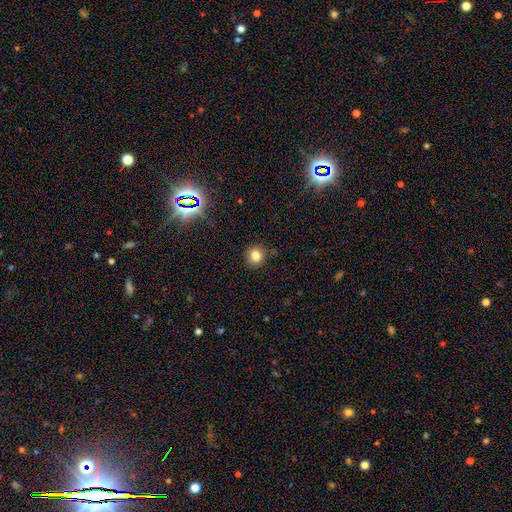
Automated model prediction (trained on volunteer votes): Smooth or featured: smooth — 81% (star or artifact — 13%)
How rounded: round — 88% (in between — 11%)
Merging: none — 88% (minor disturbance — 9%)